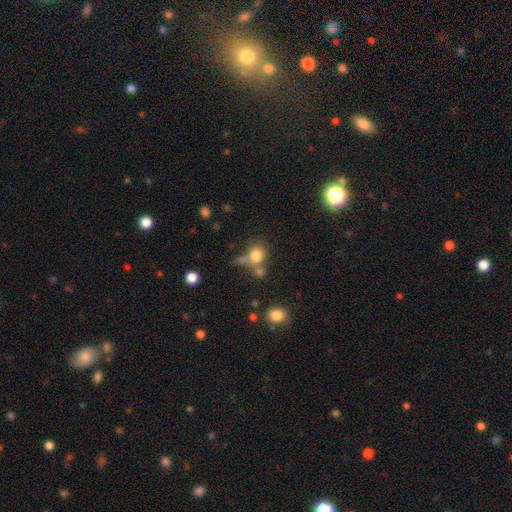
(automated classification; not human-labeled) smooth 78%, star or artifact 12%, featured or disk 10%. Down the decision tree: how rounded — round (72%); merging — none (49%).